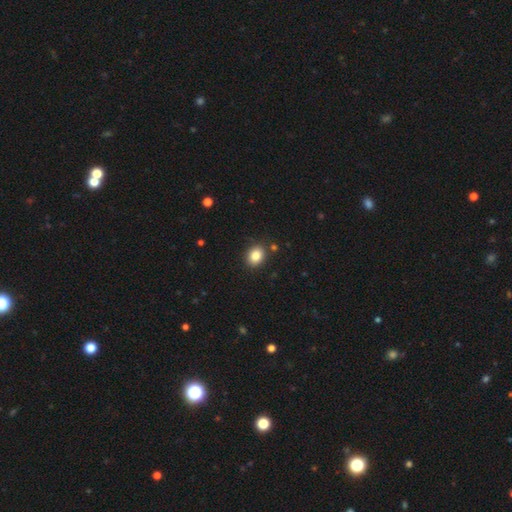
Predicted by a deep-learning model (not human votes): This appears to be a smooth galaxy with no disk features (85%) that is in between round and cigar-shaped (51%). Merging: none (87%).